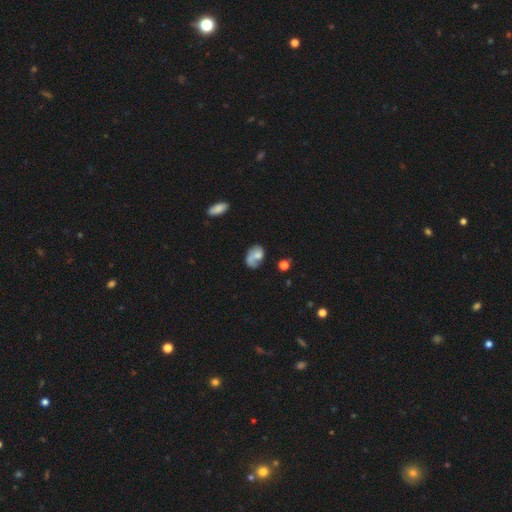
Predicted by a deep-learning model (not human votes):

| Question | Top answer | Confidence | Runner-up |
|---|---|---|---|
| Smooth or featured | smooth | 53% | featured or disk (37%) |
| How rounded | in between | 76% | round (23%) |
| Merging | none | 37% | minor disturbance (26%) |